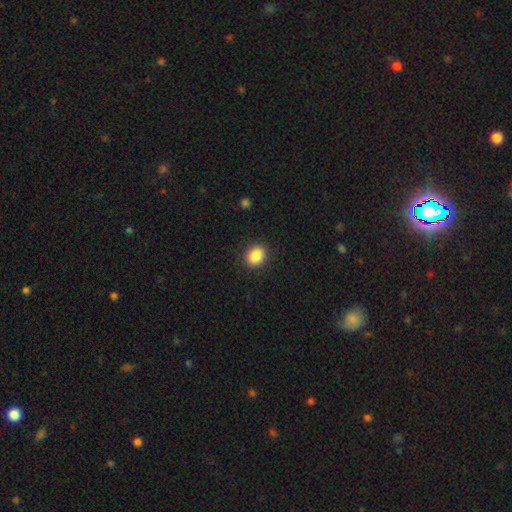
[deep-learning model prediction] smooth 88%, star or artifact 9%, featured or disk 3%. Down the decision tree: how rounded — round (54%); merging — none (90%).